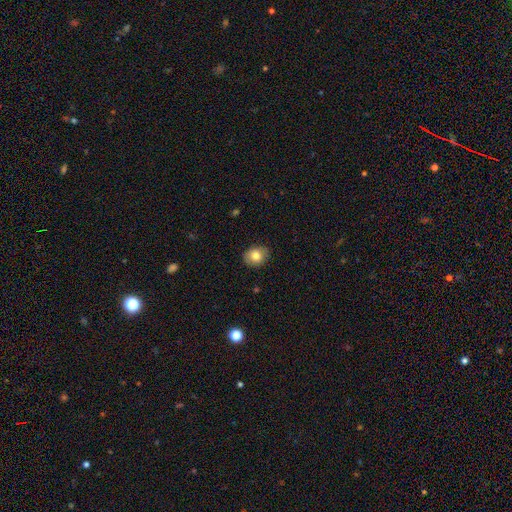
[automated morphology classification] Q: Smooth or featured?
A: smooth (78%); runner-up: featured or disk (13%)
Q: How rounded?
A: round (61%); runner-up: in between (38%)
Q: Merging?
A: none (82%); runner-up: minor disturbance (14%)